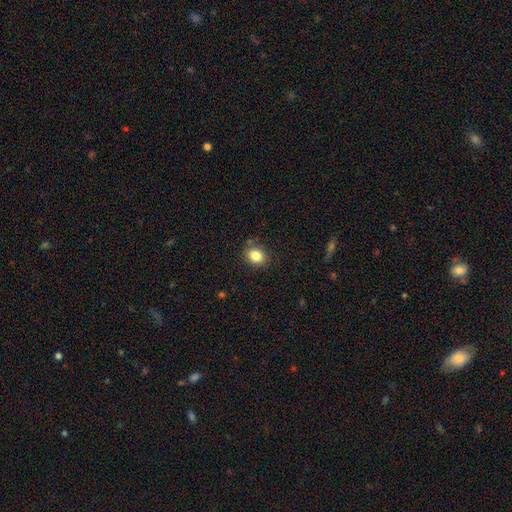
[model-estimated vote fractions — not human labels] Smooth or featured? smooth (84%)
How rounded? round (60%)
Merging? none (83%)